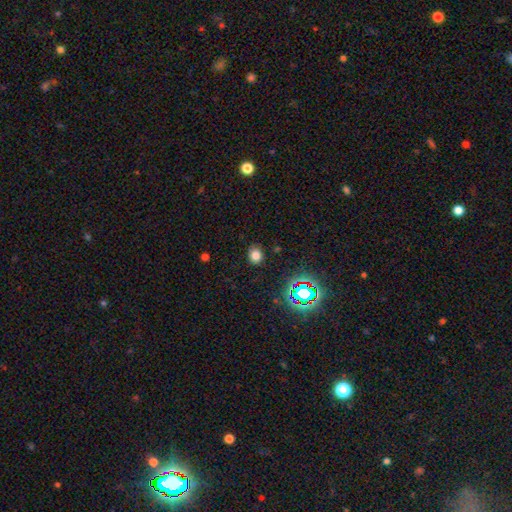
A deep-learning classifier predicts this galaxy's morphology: smooth-or-featured: smooth: 75% | star or artifact: 19% | featured or disk: 6%
  how-rounded: round: 65% | in between: 34% | cigar-shaped: 1%
  merging: none: 85% | minor disturbance: 10% | major disturbance: 3% | merger: 2%